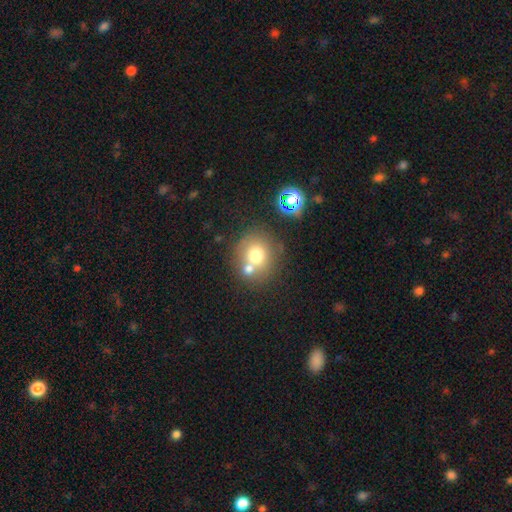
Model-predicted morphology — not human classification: This is likely a smooth galaxy (69%). How rounded: clearly round (84%). Merging: possibly none (54%).